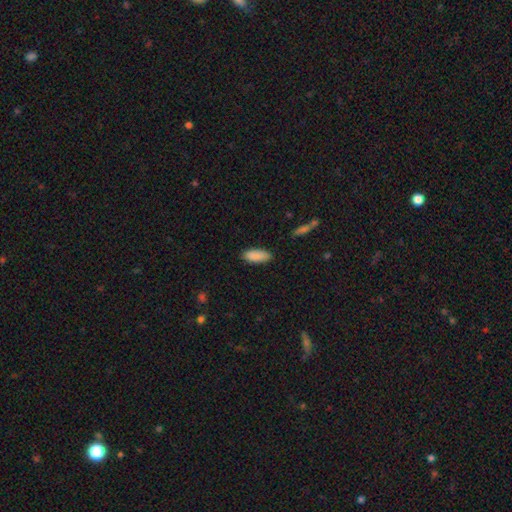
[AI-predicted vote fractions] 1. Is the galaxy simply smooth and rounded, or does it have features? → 89% smooth, 6% star or artifact, 4% featured or disk.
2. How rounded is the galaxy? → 76% in between, 22% cigar-shaped, 2% round.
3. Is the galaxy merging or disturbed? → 86% none, 11% minor disturbance, 2% major disturbance, 1% merger.